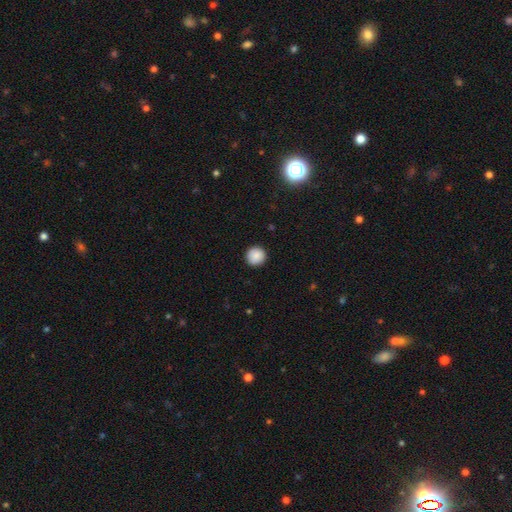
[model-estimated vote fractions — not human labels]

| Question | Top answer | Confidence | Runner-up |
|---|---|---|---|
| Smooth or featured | smooth | 88% | star or artifact (8%) |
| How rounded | round | 95% | in between (4%) |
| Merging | none | 92% | minor disturbance (6%) |